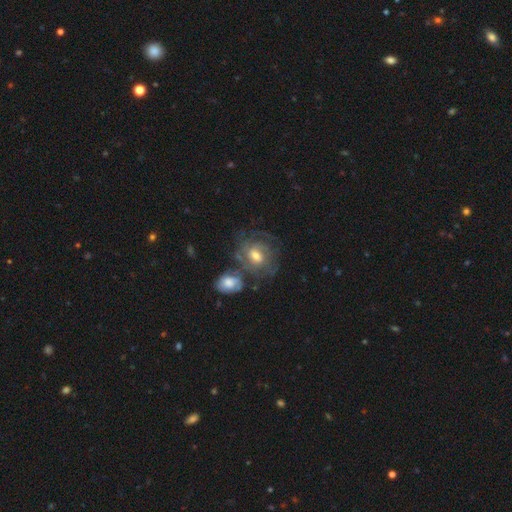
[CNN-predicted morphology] featured or disk 70%, smooth 22%, star or artifact 8%. Down the decision tree: edge-on disk — no (97%); bar — no (45%, tied with weak); spiral arms — yes (83%); spiral arm count — can't tell (50%); spiral winding — tight (58%); bulge size — moderate (65%); merging — none (51%).